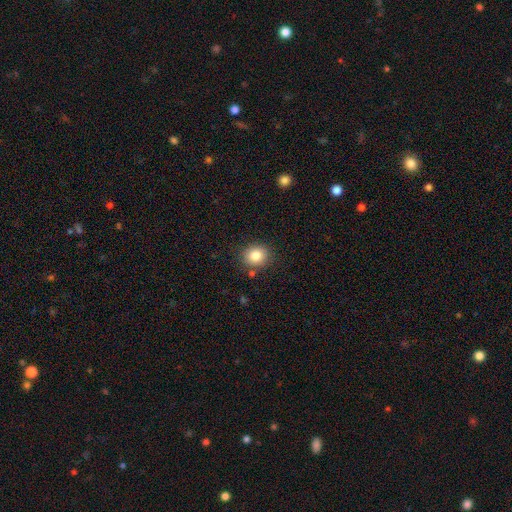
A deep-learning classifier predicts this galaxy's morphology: Smooth or featured? Predicted: smooth (p=0.83). How rounded? Predicted: round (p=0.74). Merging? Predicted: none (p=0.85).